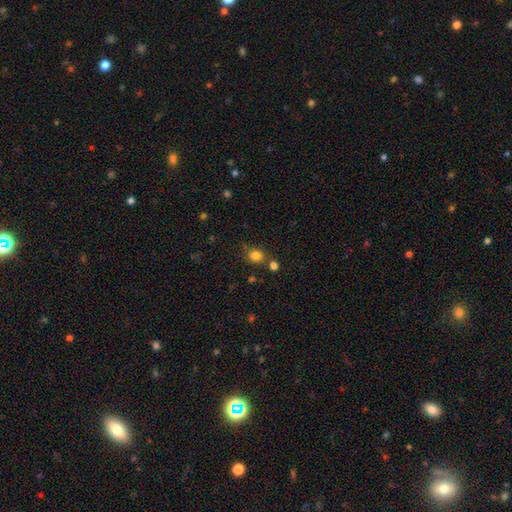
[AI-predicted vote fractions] smooth_or_featured: smooth (p=0.81) [alt: star or artifact p=0.13]
how_rounded: round (p=0.70) [alt: in between p=0.29]
merging: none (p=0.74) [alt: minor disturbance p=0.11]